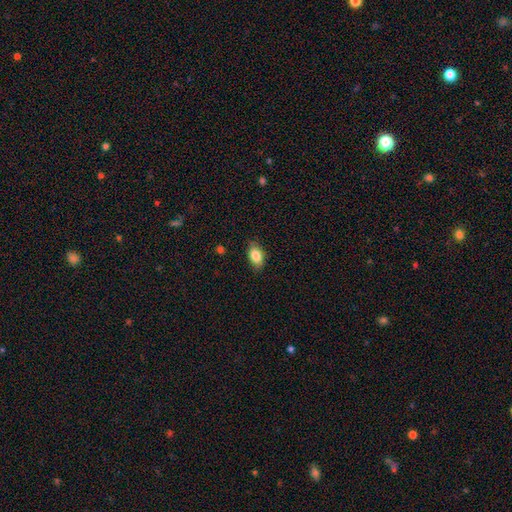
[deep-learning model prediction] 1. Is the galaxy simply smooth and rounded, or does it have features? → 84% smooth, 9% featured or disk, 7% star or artifact.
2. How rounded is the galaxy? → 88% in between, 9% round, 3% cigar-shaped.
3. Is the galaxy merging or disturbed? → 80% none, 16% minor disturbance, 3% major disturbance, 1% merger.